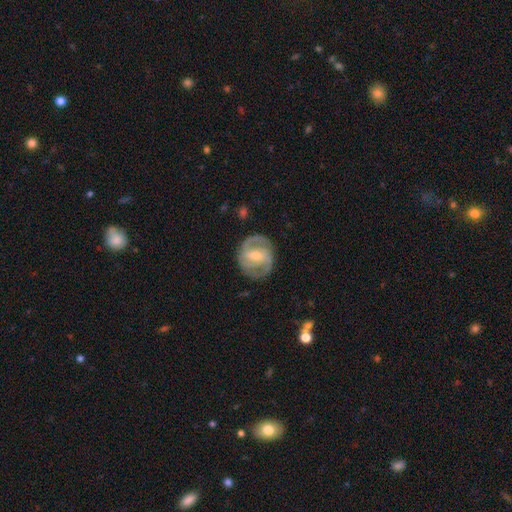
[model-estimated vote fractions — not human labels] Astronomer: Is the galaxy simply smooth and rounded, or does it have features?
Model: featured or disk — 83%.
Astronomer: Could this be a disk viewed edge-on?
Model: no — 98%.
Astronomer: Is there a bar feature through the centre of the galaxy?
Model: weak — 46% (runner-up: strong, 37%).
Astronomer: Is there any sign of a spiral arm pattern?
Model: yes — 93%.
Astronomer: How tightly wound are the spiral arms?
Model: medium — 48% (runner-up: tight, 38%).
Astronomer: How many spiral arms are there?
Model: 2 — 76%.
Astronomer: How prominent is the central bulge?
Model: moderate — 48% (runner-up: small, 46%).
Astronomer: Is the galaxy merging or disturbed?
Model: none — 81%.